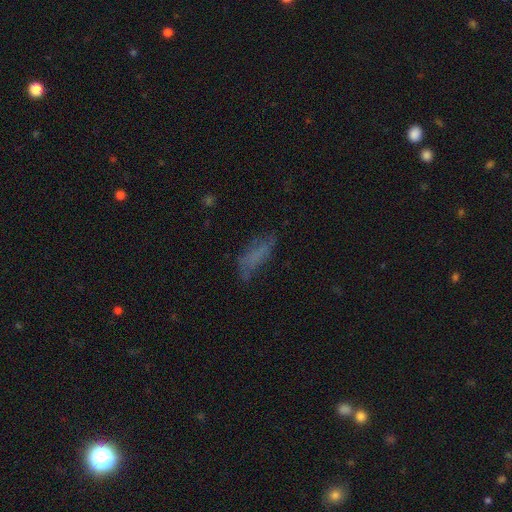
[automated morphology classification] smooth_or_featured: smooth (p=0.58) [alt: featured or disk p=0.27]
how_rounded: in between (p=0.61) [alt: cigar-shaped p=0.36]
merging: none (p=0.52) [alt: minor disturbance p=0.27]